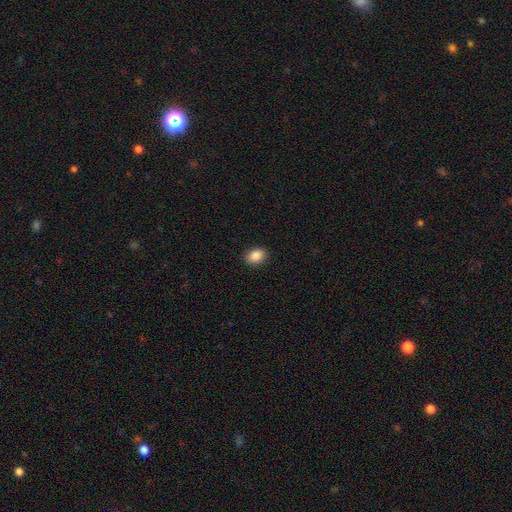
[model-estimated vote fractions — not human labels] This is clearly a smooth galaxy (87%). How rounded: likely in between (73%). Merging: clearly none (90%).